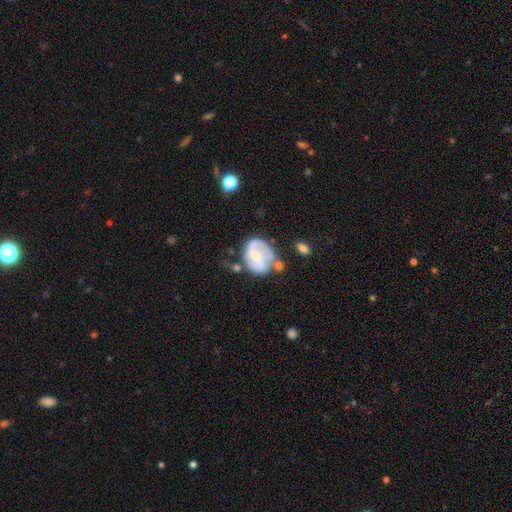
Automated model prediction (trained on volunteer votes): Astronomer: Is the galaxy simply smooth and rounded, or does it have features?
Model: featured or disk — 69%.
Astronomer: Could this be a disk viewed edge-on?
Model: no — 98%.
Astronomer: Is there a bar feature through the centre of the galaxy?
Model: weak — 44% (runner-up: no, 41%).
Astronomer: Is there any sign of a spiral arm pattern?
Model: yes — 83%.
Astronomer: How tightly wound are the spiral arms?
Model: medium — 45% (runner-up: tight, 28%).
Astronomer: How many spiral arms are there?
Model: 2 — 67%.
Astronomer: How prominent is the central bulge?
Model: small — 54% (runner-up: moderate, 34%).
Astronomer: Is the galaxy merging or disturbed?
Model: none — 41% (runner-up: minor disturbance, 27%).